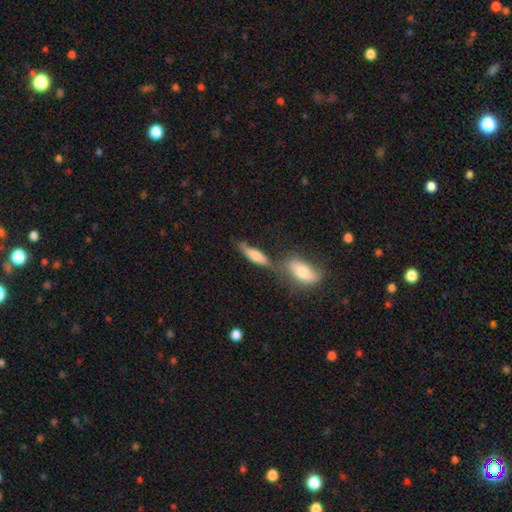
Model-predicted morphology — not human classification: The model was most divided on "how rounded": cigar-shaped: 50%, in between: 48%, round: 3%. Remaining: smooth or featured — smooth (70%); merging — none (40%).